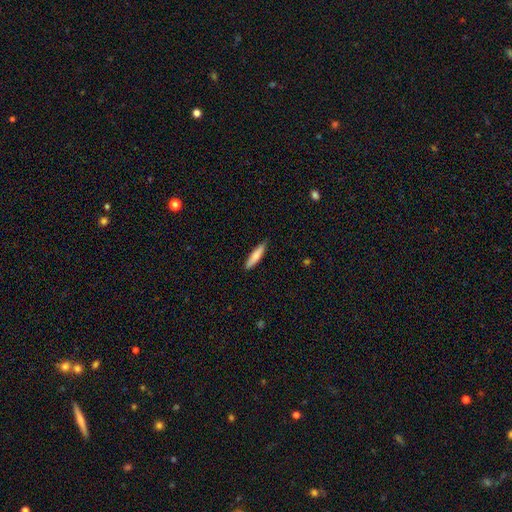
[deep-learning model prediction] Overall: smooth (75%). How rounded: cigar-shaped (83%). Merging: none (86%).